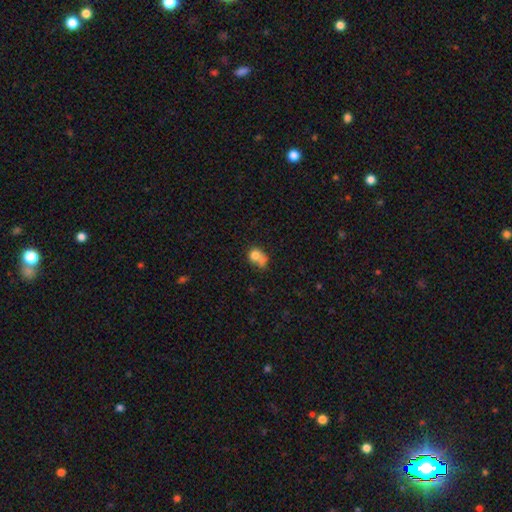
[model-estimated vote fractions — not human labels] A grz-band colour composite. It shows a smooth galaxy with no disk features (75%) that is round (60%). Merging: merger (46%).